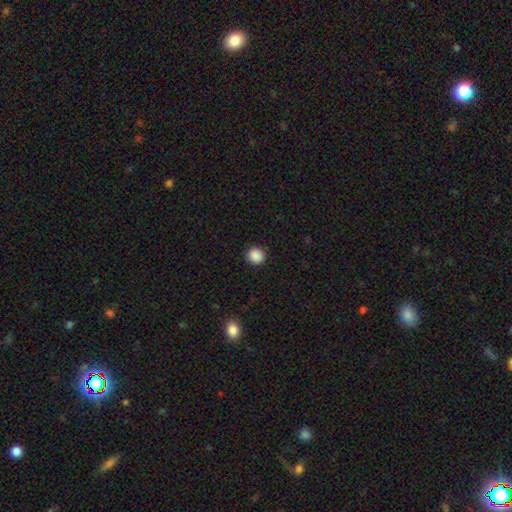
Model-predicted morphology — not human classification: A smooth galaxy with no disk features (89%) that is round (90%). Merging: none (91%).